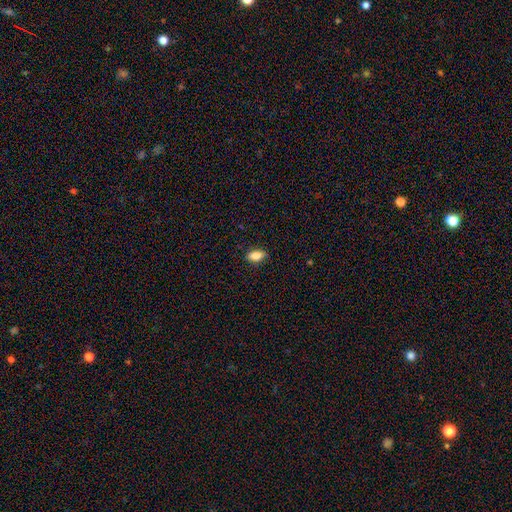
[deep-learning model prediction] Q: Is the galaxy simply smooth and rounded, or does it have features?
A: smooth — 85%.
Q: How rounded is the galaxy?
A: in between — 88%.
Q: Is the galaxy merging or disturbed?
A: none — 87%.